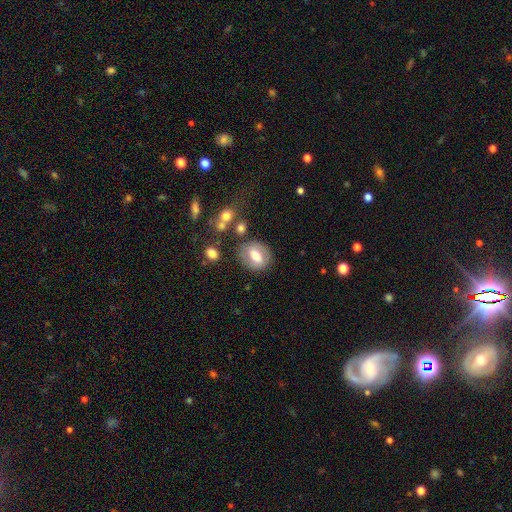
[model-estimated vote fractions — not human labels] Smooth or featured? smooth (57%)
How rounded? in between (59%)
Merging? none (75%)